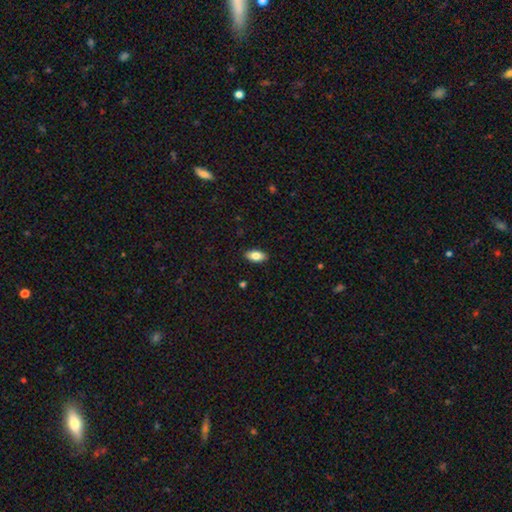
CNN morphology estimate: Overall: smooth (82%). How rounded: in between (92%). Merging: none (89%).